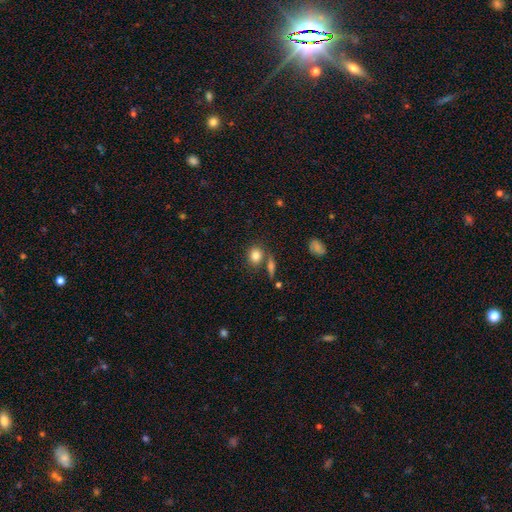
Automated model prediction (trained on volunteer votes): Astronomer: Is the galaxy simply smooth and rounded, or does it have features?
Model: smooth — 82%.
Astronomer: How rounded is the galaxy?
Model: round — 55% (runner-up: in between, 43%).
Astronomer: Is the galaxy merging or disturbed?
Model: none — 66%.